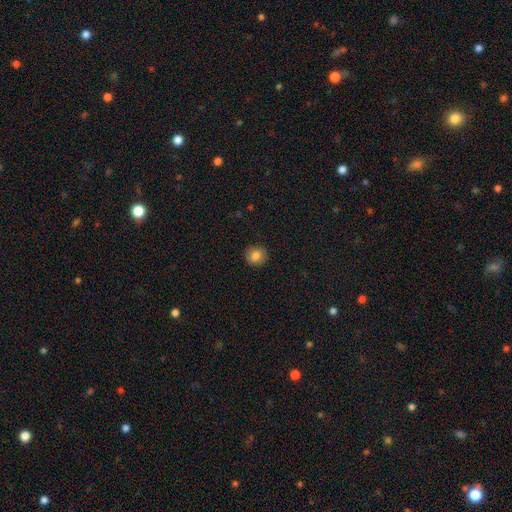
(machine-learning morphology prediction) smooth_or_featured: smooth (p=0.81) [alt: star or artifact p=0.10]
how_rounded: round (p=0.86) [alt: in between p=0.13]
merging: none (p=0.87) [alt: minor disturbance p=0.09]